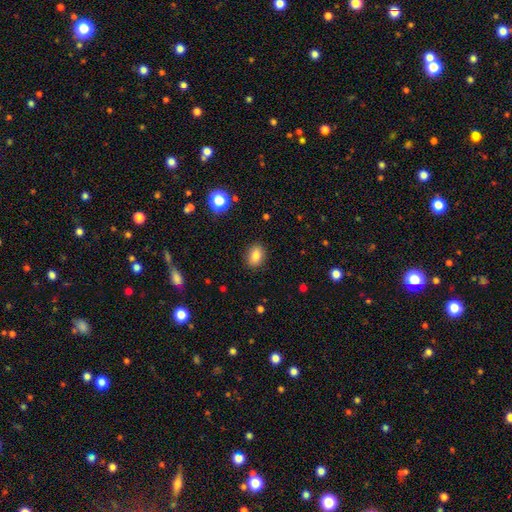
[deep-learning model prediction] Smooth or featured?
  - smooth: 84% *
  - star or artifact: 10%
  - featured or disk: 6%
How rounded?
  - in between: 69% *
  - round: 30%
  - cigar-shaped: 1%
Merging?
  - none: 88% *
  - minor disturbance: 8%
  - major disturbance: 2%
  - merger: 1%